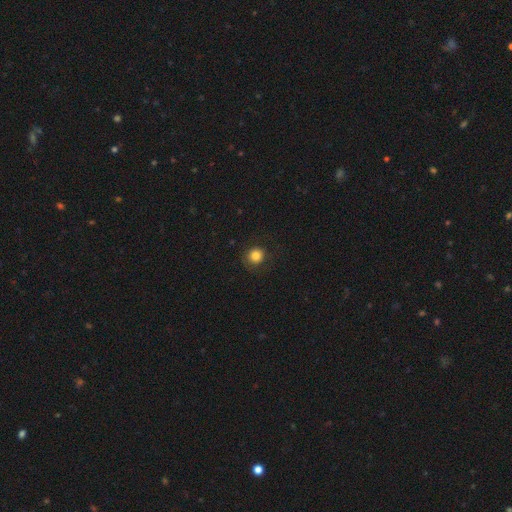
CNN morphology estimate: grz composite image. It shows a smooth galaxy with no disk features (82%) that is round (91%). Merging: none (82%).